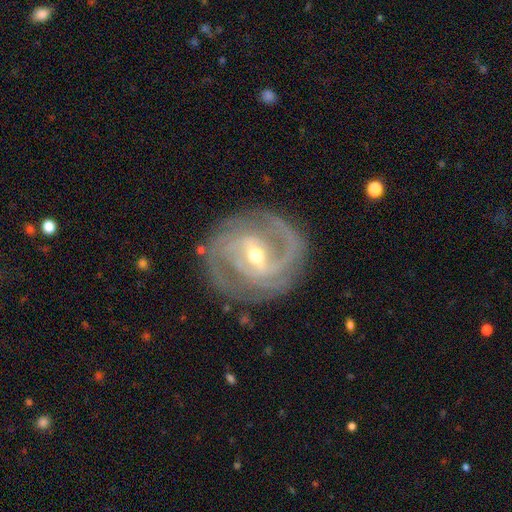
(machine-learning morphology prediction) Smooth or featured? featured or disk (92%)
Edge-on disk? no (97%)
Bar? weak (44%)
Spiral arms? yes (98%)
Spiral winding? tight (52%)
Spiral arm count? 2 (49%)
Bulge size? moderate (48%, tied with small)
Merging? none (81%)